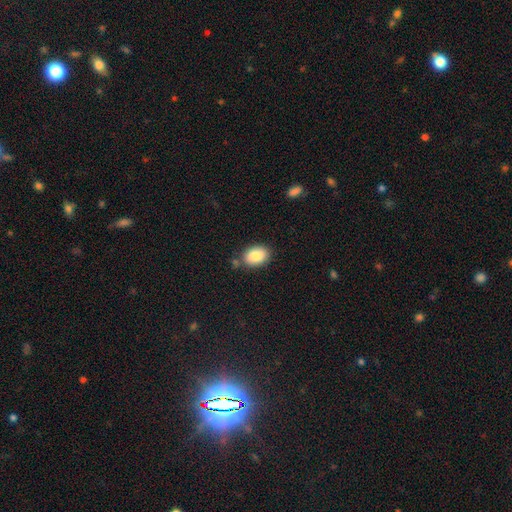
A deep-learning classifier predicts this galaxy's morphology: smooth_or_featured: smooth (p=0.87) [alt: star or artifact p=0.07]
how_rounded: in between (p=0.82) [alt: round p=0.16]
merging: none (p=0.75) [alt: minor disturbance p=0.15]